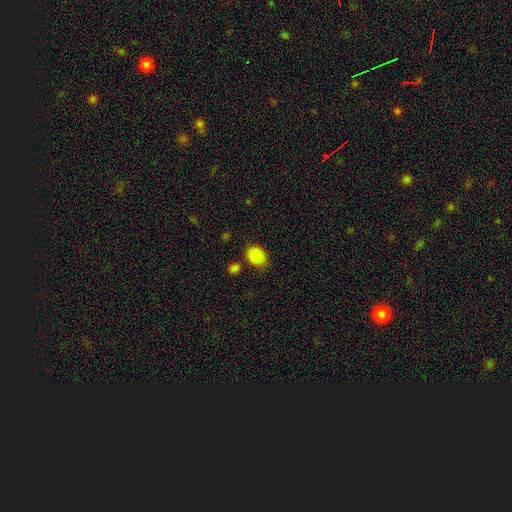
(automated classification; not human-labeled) Smooth or featured?
  - smooth: 86% *
  - star or artifact: 10%
  - featured or disk: 3%
How rounded?
  - in between: 68% *
  - round: 31%
  - cigar-shaped: 1%
Merging?
  - none: 74% *
  - minor disturbance: 17%
  - merger: 5%
  - major disturbance: 4%